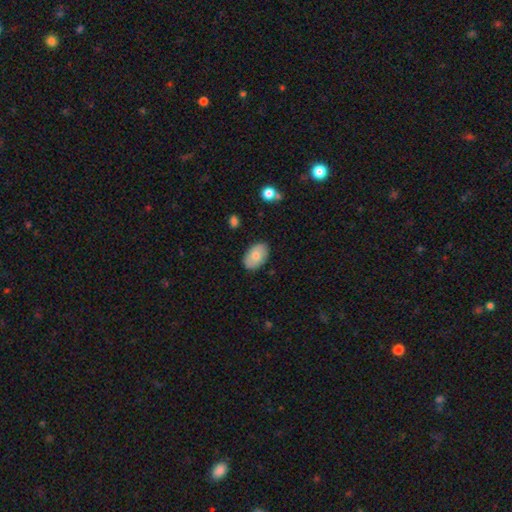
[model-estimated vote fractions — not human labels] smooth-or-featured: smooth: 75% | featured or disk: 19% | star or artifact: 7%
  how-rounded: in between: 90% | round: 8% | cigar-shaped: 1%
  merging: none: 85% | minor disturbance: 11% | major disturbance: 2% | merger: 1%